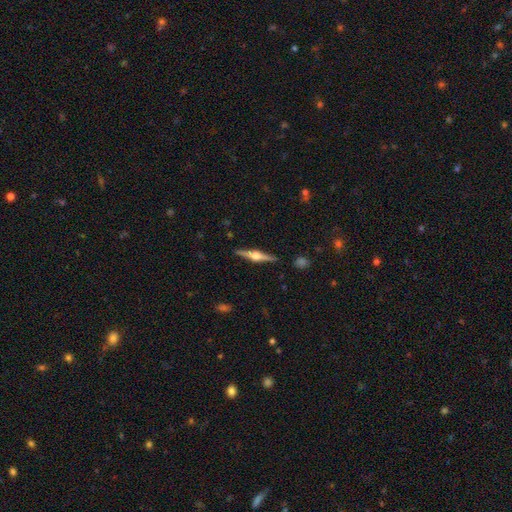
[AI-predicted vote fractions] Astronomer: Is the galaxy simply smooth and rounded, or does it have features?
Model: featured or disk — 81%.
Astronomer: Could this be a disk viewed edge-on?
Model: yes — 98%.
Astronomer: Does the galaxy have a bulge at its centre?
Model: rounded — 94%.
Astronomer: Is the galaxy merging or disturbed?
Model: none — 91%.